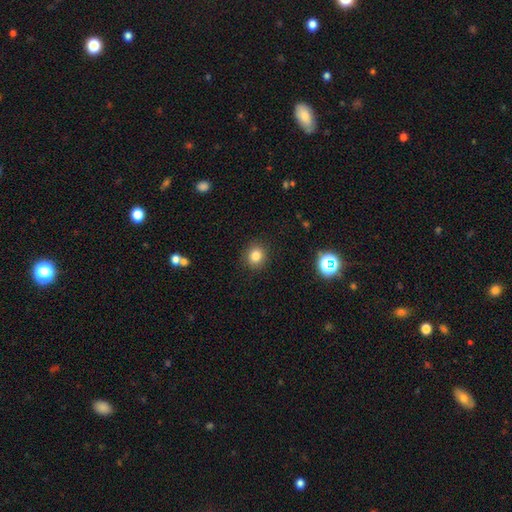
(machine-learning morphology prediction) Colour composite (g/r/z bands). It shows a smooth galaxy with no disk features (82%) that is round (82%). Merging: none (90%).